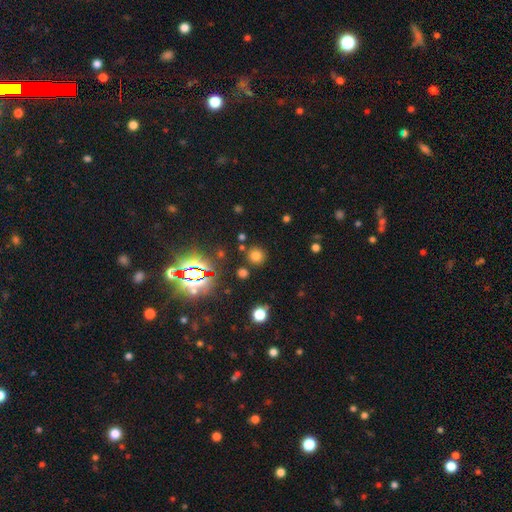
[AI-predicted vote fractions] Smooth or featured? smooth (67%)
How rounded? round (92%)
Merging? none (85%)